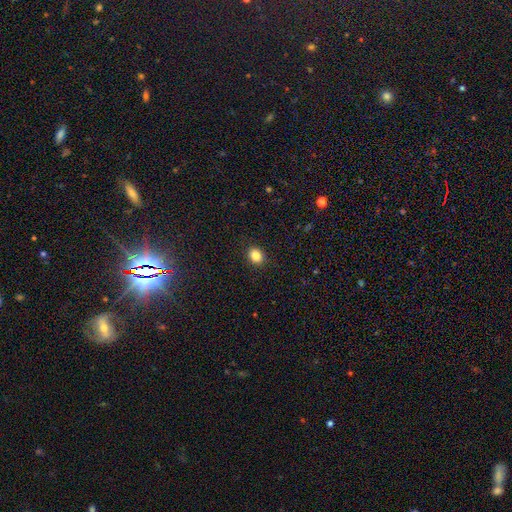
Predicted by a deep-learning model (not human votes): Morphology: type=smooth (84%); roundness=round (50%); merging=none (90%).